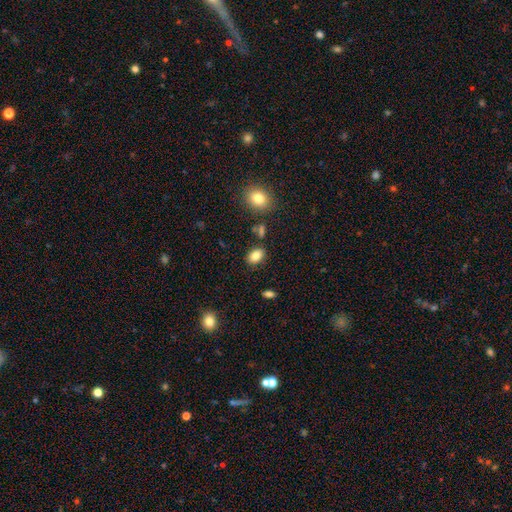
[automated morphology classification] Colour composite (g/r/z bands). It shows a smooth galaxy with no disk features (85%) that is in between round and cigar-shaped (84%). Merging: none (82%).